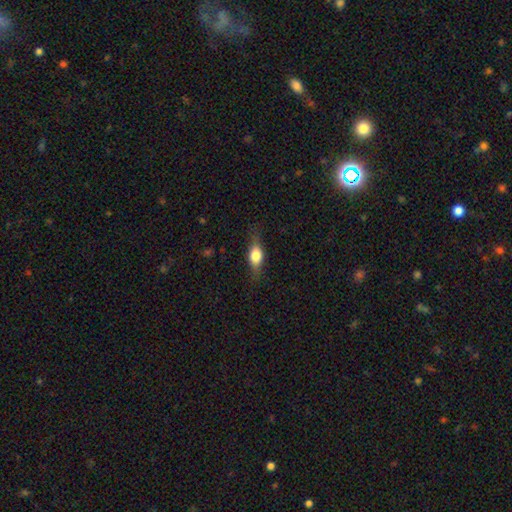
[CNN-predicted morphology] Smooth or featured? smooth (62%)
How rounded? in between (68%)
Merging? none (77%)